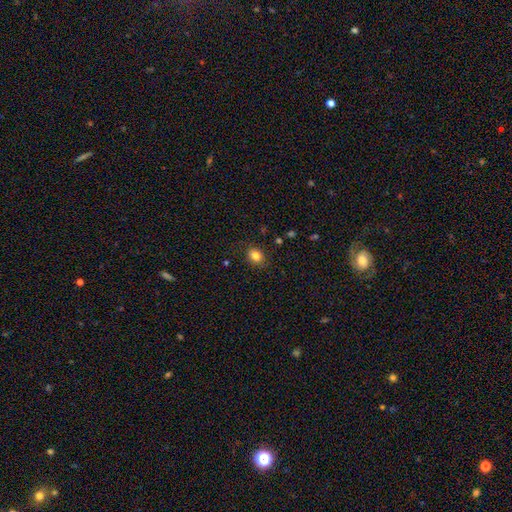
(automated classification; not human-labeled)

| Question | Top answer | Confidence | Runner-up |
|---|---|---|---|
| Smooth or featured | smooth | 82% | star or artifact (11%) |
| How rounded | round | 59% | in between (40%) |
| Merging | none | 84% | minor disturbance (12%) |